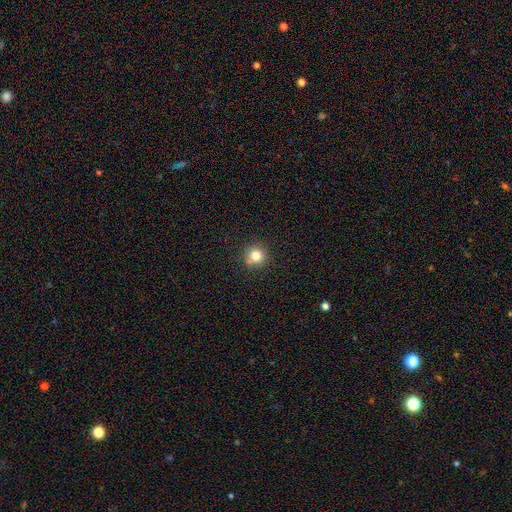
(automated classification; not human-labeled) The model was most divided on "smooth or featured": smooth: 80%, star or artifact: 13%, featured or disk: 7%. More confident: how rounded — round (94%); merging — none (83%).